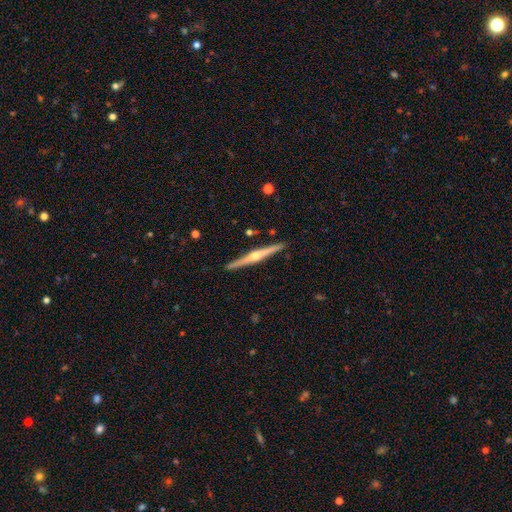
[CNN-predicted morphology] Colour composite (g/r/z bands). It shows a featured or disk galaxy (80%) viewed edge-on (98%) with a rounded central bulge (92%). Merging: none (91%).